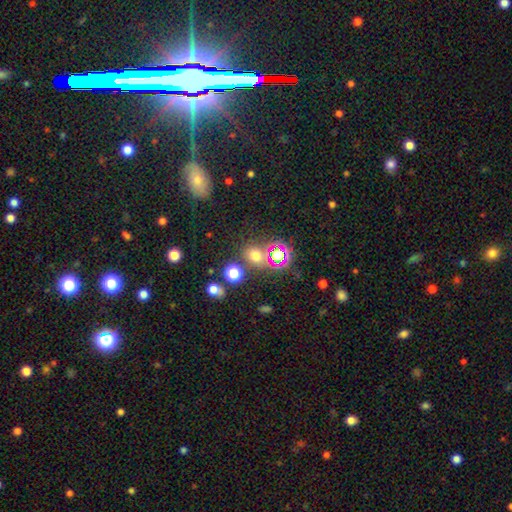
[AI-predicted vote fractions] A smooth galaxy with no disk features (55%) that is round (74%).

Vote fractions:
- Smooth or featured? smooth: 55% / star or artifact: 37% / featured or disk: 8%
- How rounded? round: 74% / in between: 25% / cigar-shaped: 1%
- Merging? none: 72% / merger: 13% / minor disturbance: 10% / major disturbance: 5%